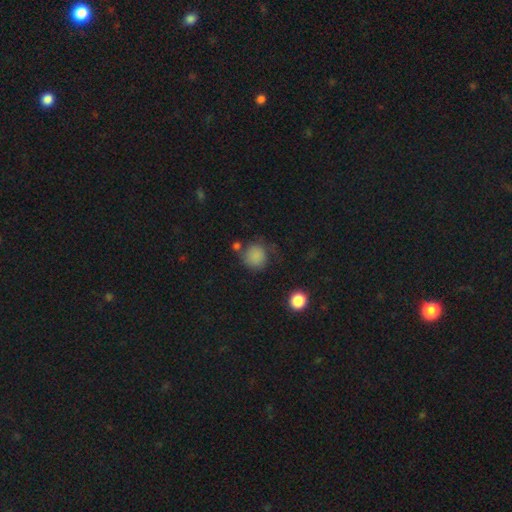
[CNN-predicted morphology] This is clearly a smooth galaxy (83%). How rounded: clearly round (87%). Merging: likely none (63%).